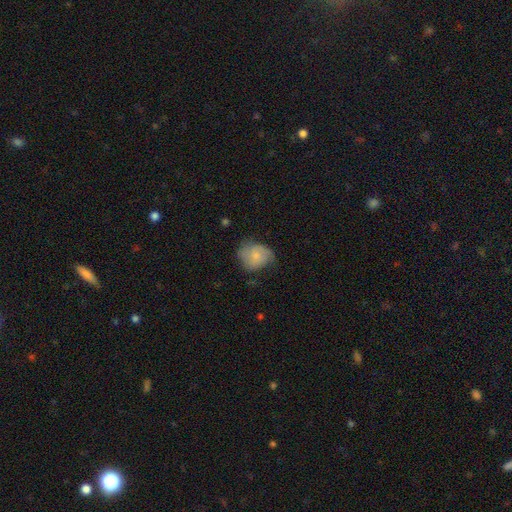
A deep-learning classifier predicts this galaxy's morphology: Smooth or featured: smooth — 66% (featured or disk — 27%)
How rounded: round — 54% (in between — 45%)
Merging: none — 47% (minor disturbance — 37%)